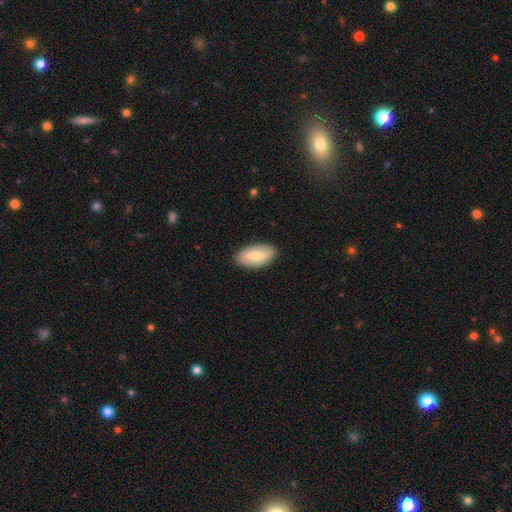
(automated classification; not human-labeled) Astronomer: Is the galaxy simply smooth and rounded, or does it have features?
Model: smooth — 72%.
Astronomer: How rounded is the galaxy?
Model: in between — 93%.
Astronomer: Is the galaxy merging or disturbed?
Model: none — 88%.